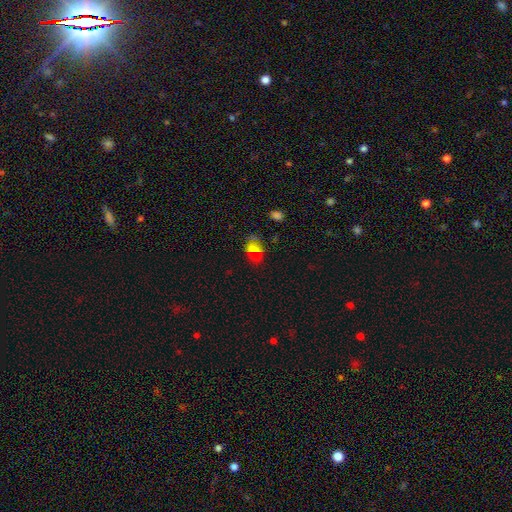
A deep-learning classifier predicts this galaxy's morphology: smooth 51%, star or artifact 34%, featured or disk 16%. Down the decision tree: how rounded — in between (76%); merging — none (68%).